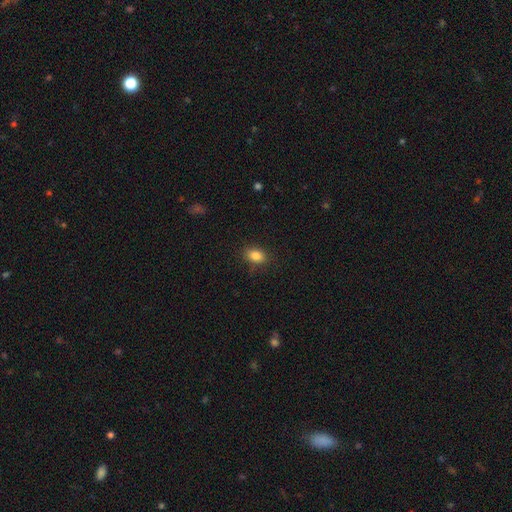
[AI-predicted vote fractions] smooth_or_featured: smooth (p=0.86) [alt: star or artifact p=0.09]
how_rounded: in between (p=0.80) [alt: round p=0.18]
merging: none (p=0.85) [alt: minor disturbance p=0.11]